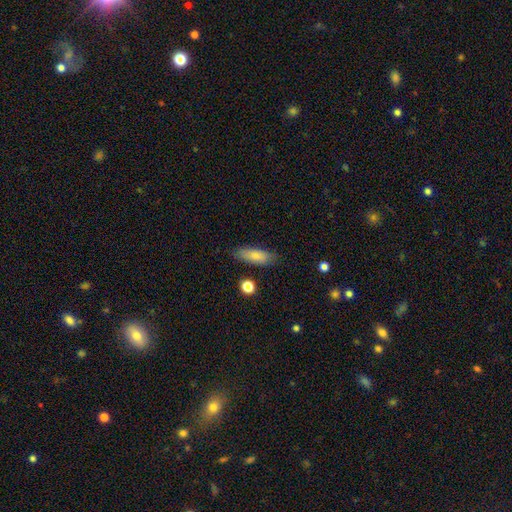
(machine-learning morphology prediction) Smooth or featured? smooth (81%)
How rounded? in between (59%)
Merging? none (83%)